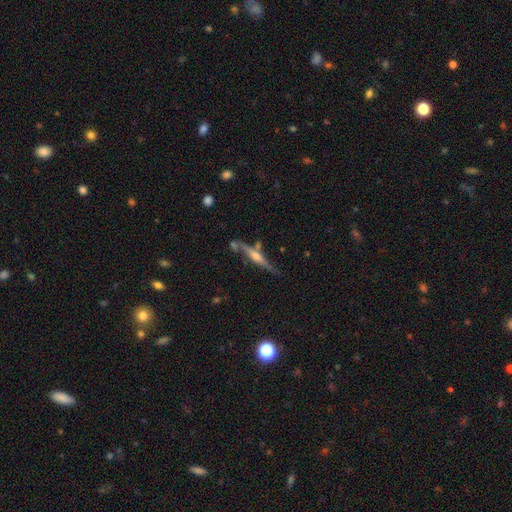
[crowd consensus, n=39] Smooth or featured: featured or disk — 79% (smooth — 15%)
Edge-on disk: yes — 97% (no — 3%)
Edge-on bulge: rounded — 57% (none — 23%)
Merging: none — 65% (minor disturbance — 22%)